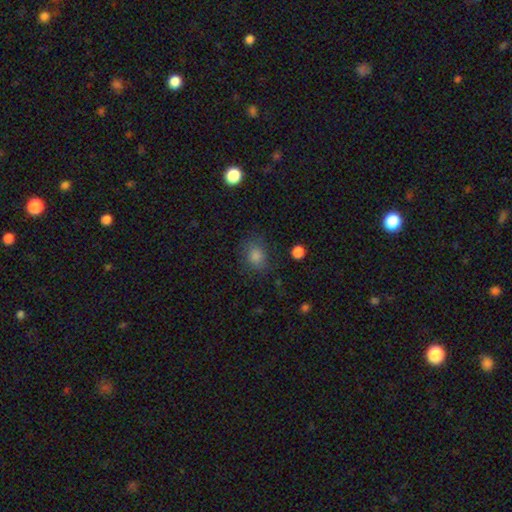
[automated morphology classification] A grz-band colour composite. It shows a smooth galaxy with no disk features (80%) that is round (54%). Merging: none (78%).